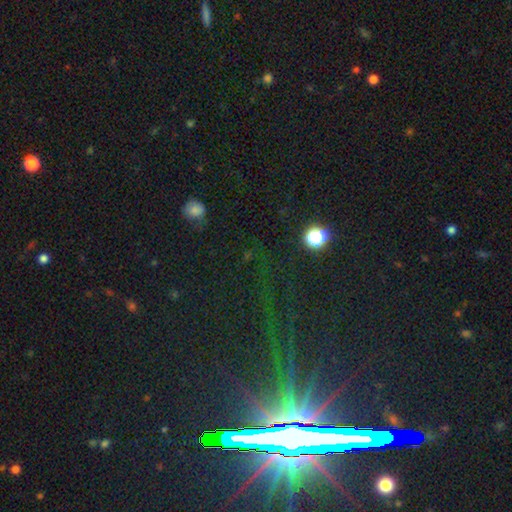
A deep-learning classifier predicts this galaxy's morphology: Smooth or featured? star or artifact (62%)